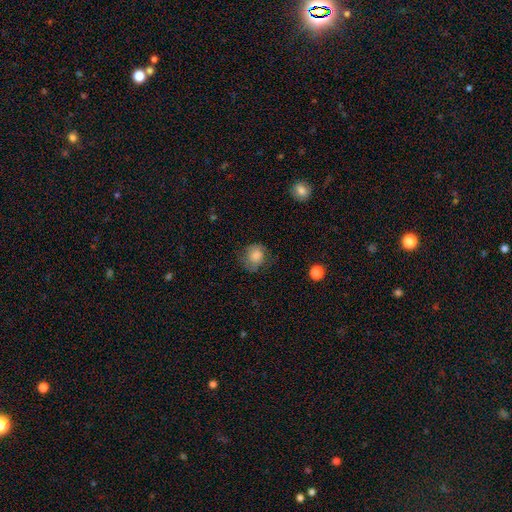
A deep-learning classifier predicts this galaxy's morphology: Overall: smooth (74%). How rounded: round (76%). Merging: none (62%; minor disturbance 24%).